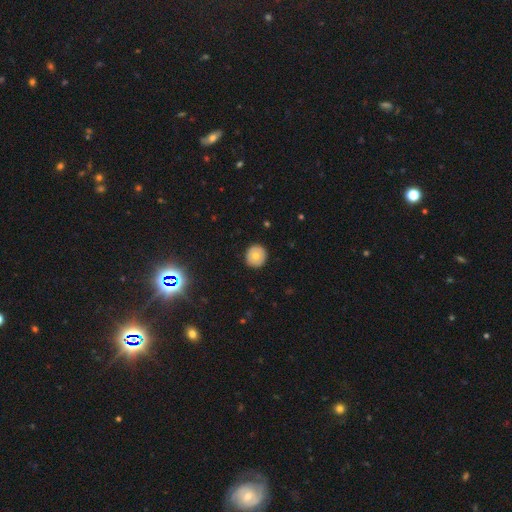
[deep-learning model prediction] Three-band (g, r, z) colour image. It shows a smooth galaxy with no disk features (67%) that is round (94%). Merging: none (91%).